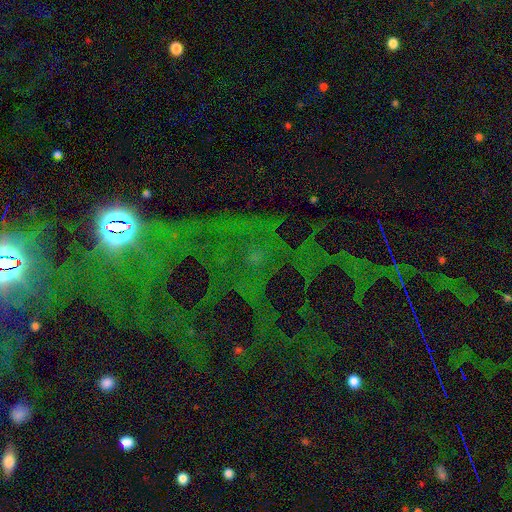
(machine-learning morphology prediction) Overall: star or artifact (70%).